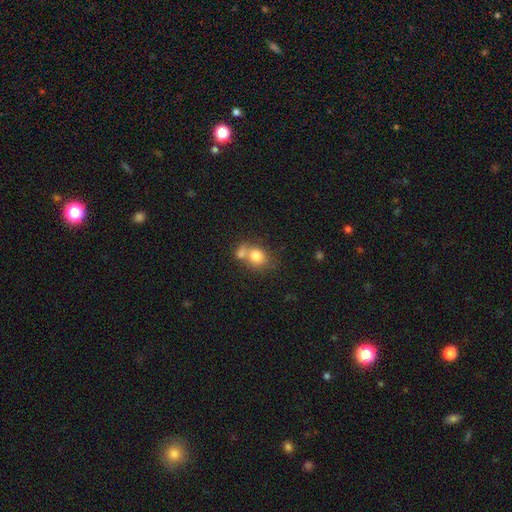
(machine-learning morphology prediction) smooth_or_featured: smooth (p=0.78) [alt: featured or disk p=0.13]
how_rounded: round (p=0.59) [alt: in between p=0.40]
merging: merger (p=0.50) [alt: none p=0.35]